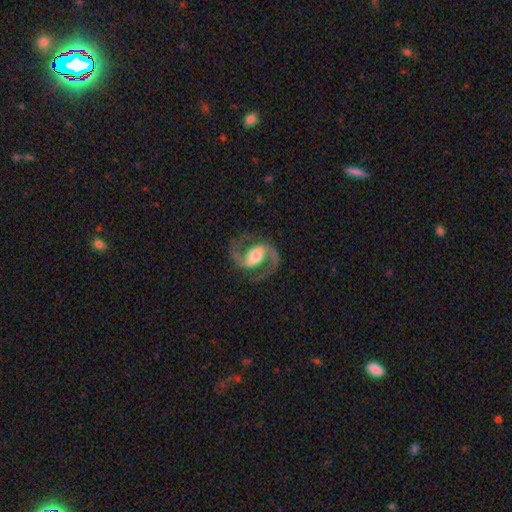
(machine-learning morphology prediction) Smooth or featured? featured or disk (91%)
Edge-on disk? no (98%)
Bar? strong (41%)
Spiral arms? yes (98%)
Spiral winding? medium (64%)
Spiral arm count? 2 (94%)
Bulge size? moderate (54%)
Merging? none (81%)